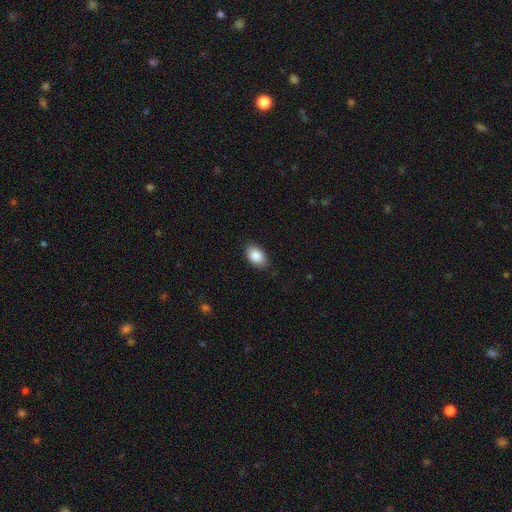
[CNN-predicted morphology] The model was most divided on "merging": none: 83%, minor disturbance: 13%, major disturbance: 3%, merger: 1%. More confident: how rounded — in between (91%); smooth or featured — smooth (88%).